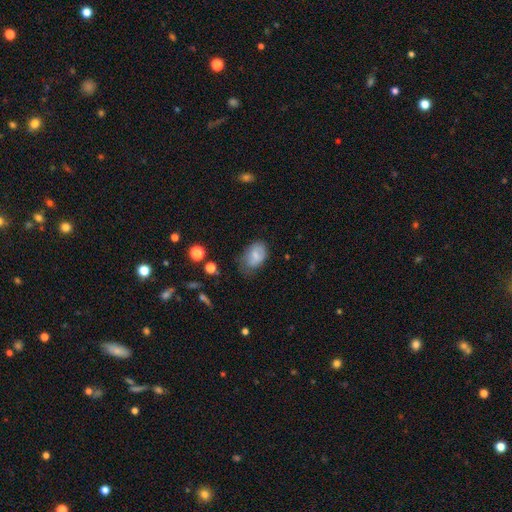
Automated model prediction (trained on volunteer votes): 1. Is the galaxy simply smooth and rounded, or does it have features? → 77% smooth, 15% featured or disk, 8% star or artifact.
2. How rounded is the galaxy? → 86% in between, 13% round, 1% cigar-shaped.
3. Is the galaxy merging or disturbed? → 50% none, 35% minor disturbance, 12% major disturbance, 2% merger.